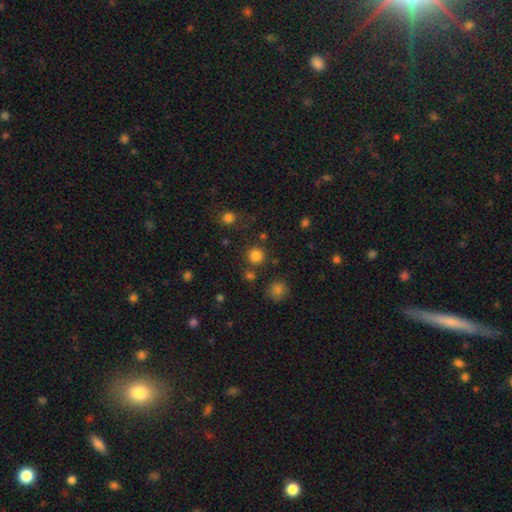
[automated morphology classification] This appears to be a smooth galaxy with no disk features (82%) that is round (94%). Merging: none (83%).